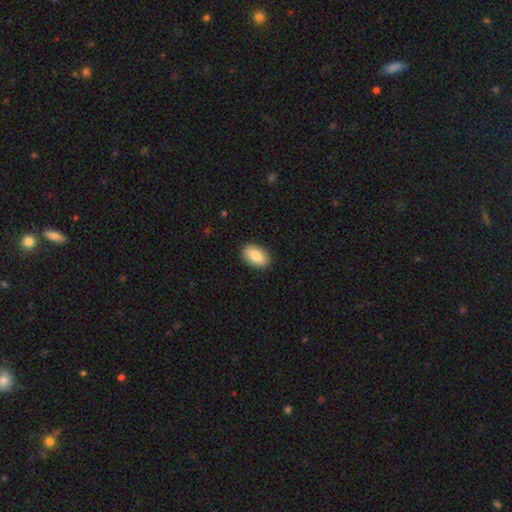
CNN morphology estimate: This appears to be a smooth galaxy with no disk features (83%) that is in between round and cigar-shaped (92%). Merging: none (89%).